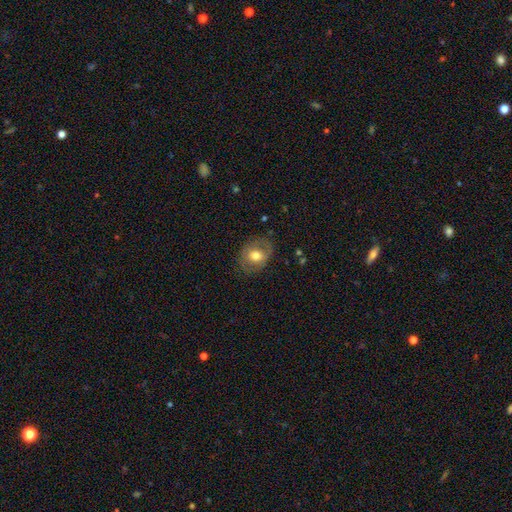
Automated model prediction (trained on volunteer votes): Overall: smooth (56%; featured or disk 36%). How rounded: in between (53%; round 46%). Merging: none (74%).